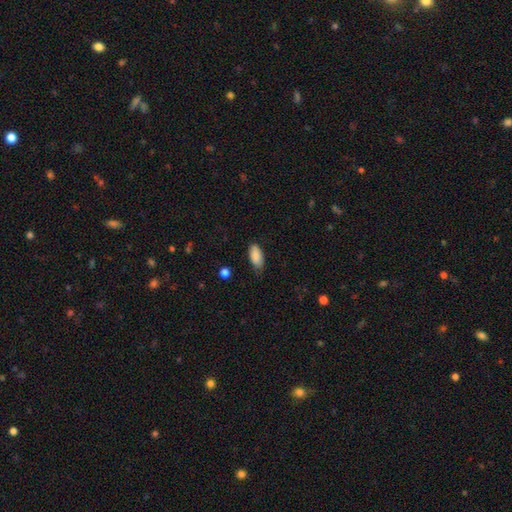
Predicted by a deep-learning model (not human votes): This appears to be a smooth galaxy with no disk features (88%) that is in between round and cigar-shaped (91%). Merging: none (72%).